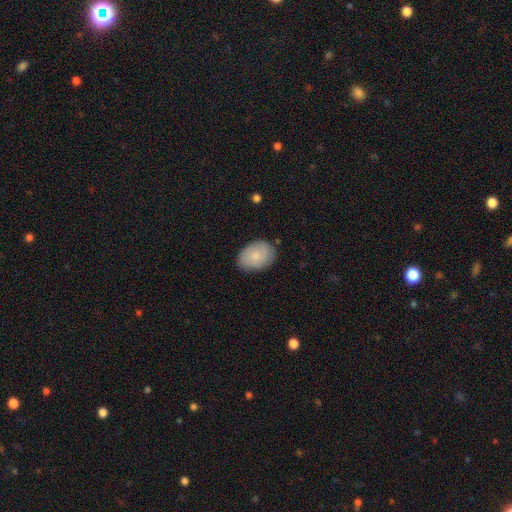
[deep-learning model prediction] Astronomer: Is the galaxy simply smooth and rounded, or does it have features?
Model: smooth — 81%.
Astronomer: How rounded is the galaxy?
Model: in between — 81%.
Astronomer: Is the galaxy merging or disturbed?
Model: none — 82%.